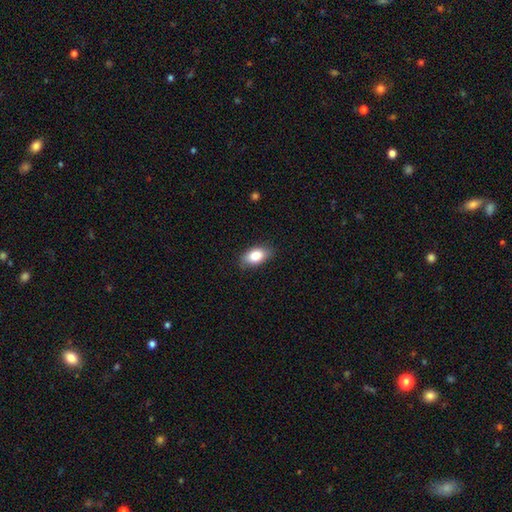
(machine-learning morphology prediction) Overall: smooth (83%). How rounded: in between (90%). Merging: none (83%).